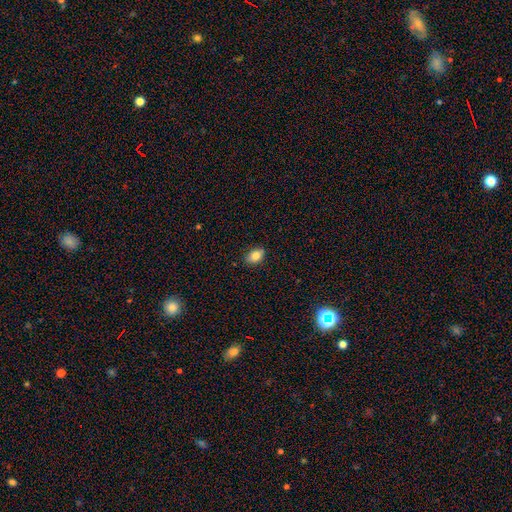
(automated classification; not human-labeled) Smooth or featured? smooth (81%)
How rounded? in between (83%)
Merging? none (85%)